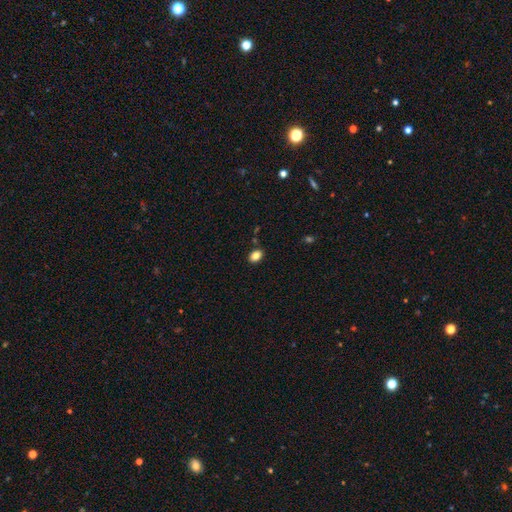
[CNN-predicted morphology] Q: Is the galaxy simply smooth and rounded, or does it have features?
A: smooth — 85%.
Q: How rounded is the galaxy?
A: in between — 76%.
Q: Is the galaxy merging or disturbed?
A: none — 86%.